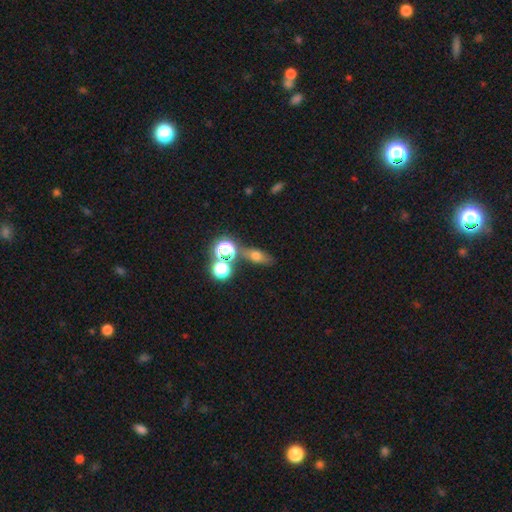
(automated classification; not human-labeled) smooth 58%, star or artifact 22%, featured or disk 21%. Down the decision tree: how rounded — in between (54%); merging — none (68%).